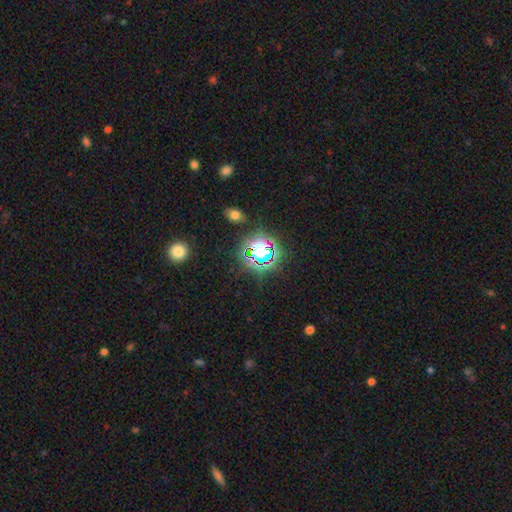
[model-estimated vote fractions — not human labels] Smooth or featured?
  - star or artifact: 71% *
  - smooth: 20%
  - featured or disk: 9%